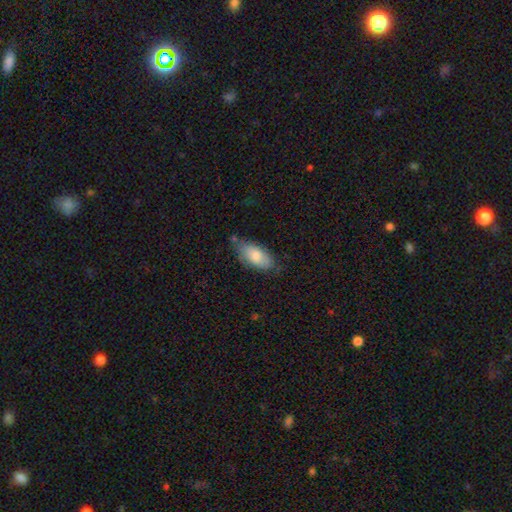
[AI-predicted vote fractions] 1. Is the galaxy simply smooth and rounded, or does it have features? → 79% smooth, 15% featured or disk, 6% star or artifact.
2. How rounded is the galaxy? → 90% in between, 8% cigar-shaped, 2% round.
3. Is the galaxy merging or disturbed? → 64% none, 26% minor disturbance, 5% major disturbance, 4% merger.